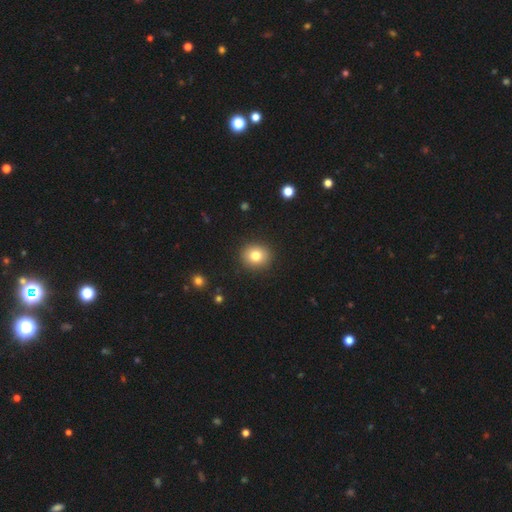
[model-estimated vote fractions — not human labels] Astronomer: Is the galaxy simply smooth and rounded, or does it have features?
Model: smooth — 80%.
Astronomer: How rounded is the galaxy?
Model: round — 81%.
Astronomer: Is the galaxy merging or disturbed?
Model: none — 91%.